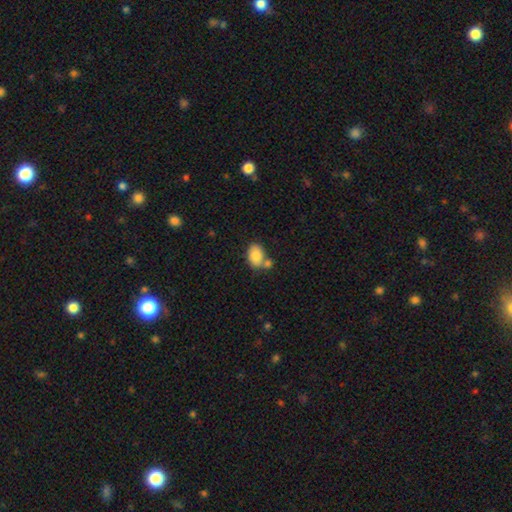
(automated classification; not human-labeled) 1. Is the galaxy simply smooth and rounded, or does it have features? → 82% smooth, 10% featured or disk, 8% star or artifact.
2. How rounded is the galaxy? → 79% in between, 20% round, 1% cigar-shaped.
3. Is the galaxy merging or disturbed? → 47% none, 32% merger, 16% minor disturbance, 5% major disturbance.